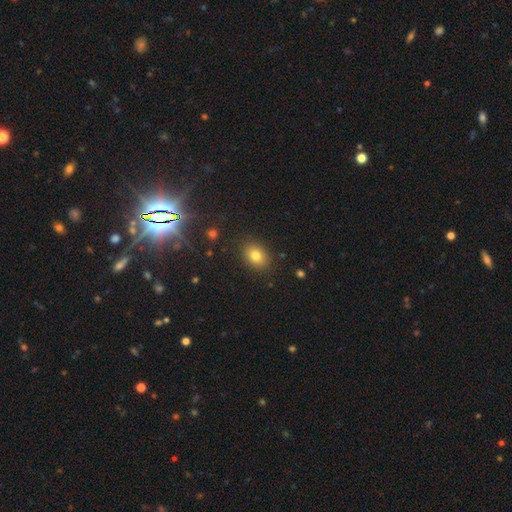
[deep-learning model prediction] Smooth or featured? Predicted: smooth (p=0.79). How rounded? Predicted: in between (p=0.65). Merging? Predicted: none (p=0.86).